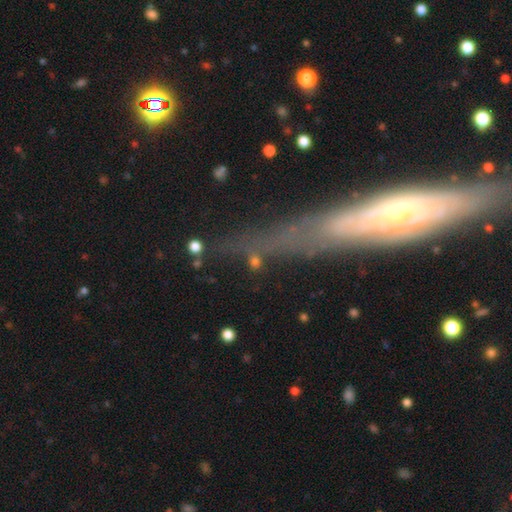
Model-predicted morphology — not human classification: Overall: smooth (40%; star or artifact 34%). Merging: none (58%).